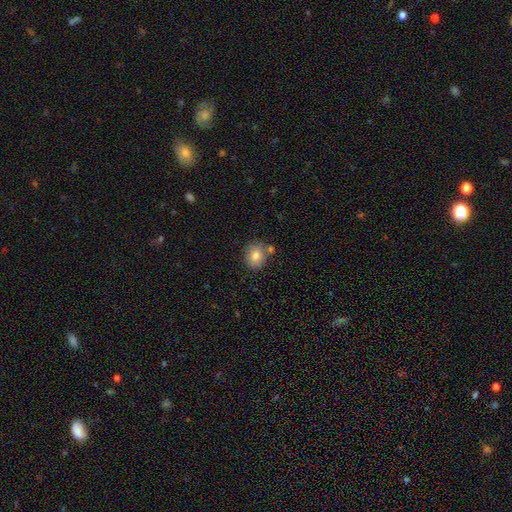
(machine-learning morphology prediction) This appears to be a smooth galaxy with no disk features (80%) that is round (66%). Merging: none (72%).